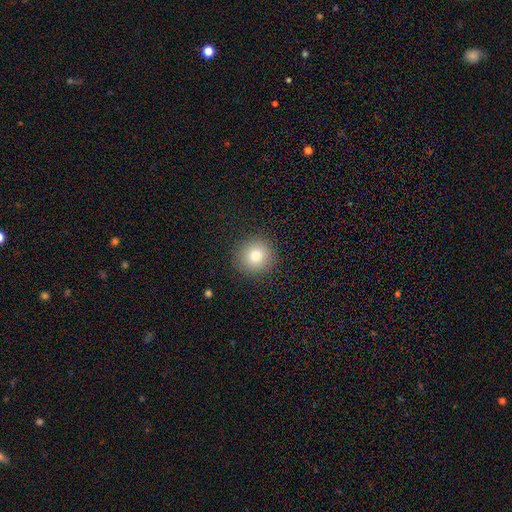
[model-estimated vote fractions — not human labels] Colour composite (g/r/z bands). It shows a smooth galaxy with no disk features (77%) that is round (94%). Merging: none (91%).